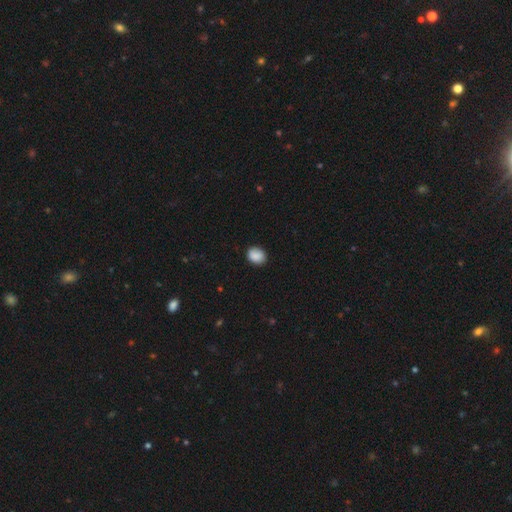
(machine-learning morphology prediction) Q: Smooth or featured?
A: smooth (89%); runner-up: star or artifact (8%)
Q: How rounded?
A: in between (51%); runner-up: round (48%)
Q: Merging?
A: none (87%); runner-up: minor disturbance (10%)